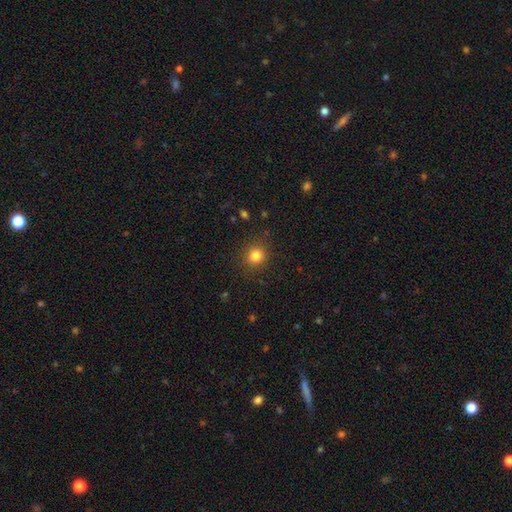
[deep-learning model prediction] This appears to be a smooth galaxy with no disk features (82%) that is round (87%). Merging: none (88%).